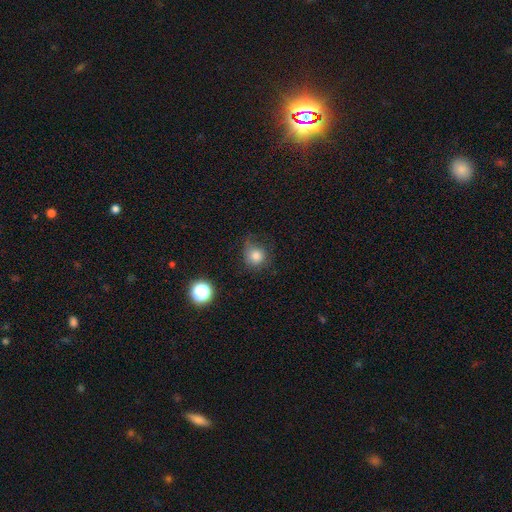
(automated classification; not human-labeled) Overall: smooth (79%). How rounded: round (87%). Merging: none (55%; minor disturbance 29%).